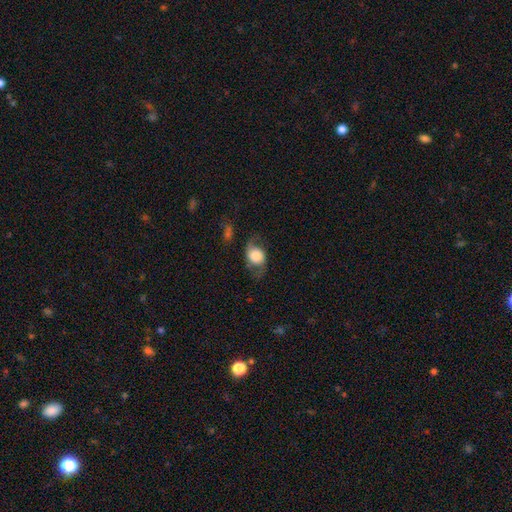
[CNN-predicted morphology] Smooth or featured? Predicted: smooth (p=0.50). Merging? Predicted: none (p=0.53).